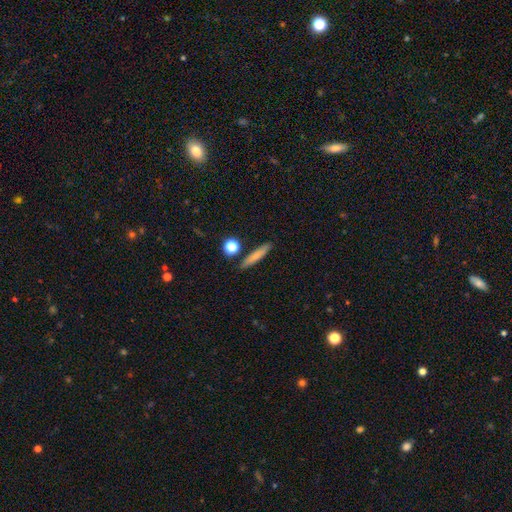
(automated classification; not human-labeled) smooth 72%, featured or disk 20%, star or artifact 8%. Down the decision tree: how rounded — cigar-shaped (86%); merging — none (84%).